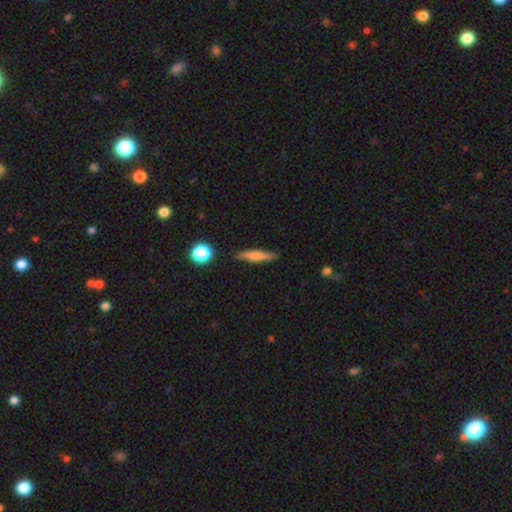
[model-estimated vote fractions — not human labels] Overall: smooth (62%; featured or disk 29%). How rounded: cigar-shaped (84%). Merging: none (85%).